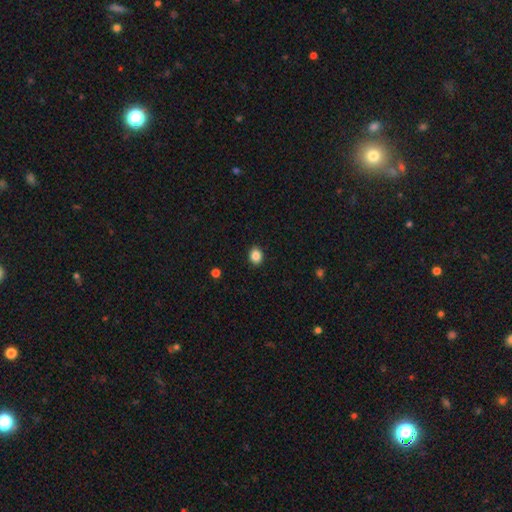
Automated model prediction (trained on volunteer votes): A smooth galaxy with no disk features (87%) that is round (50%). Merging: none (90%).